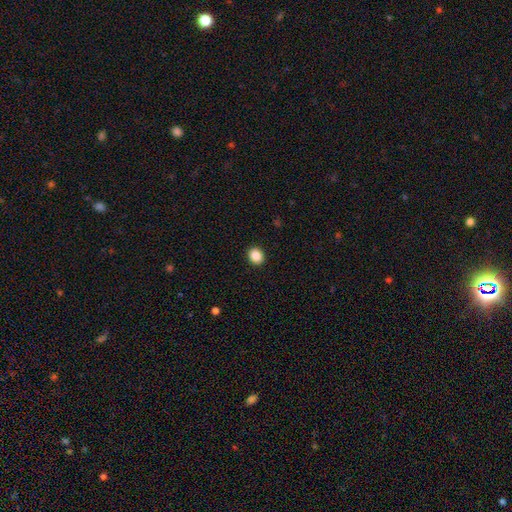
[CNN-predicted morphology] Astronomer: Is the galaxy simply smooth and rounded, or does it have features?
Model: smooth — 88%.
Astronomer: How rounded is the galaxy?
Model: round — 64%.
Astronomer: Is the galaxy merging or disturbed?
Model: none — 92%.